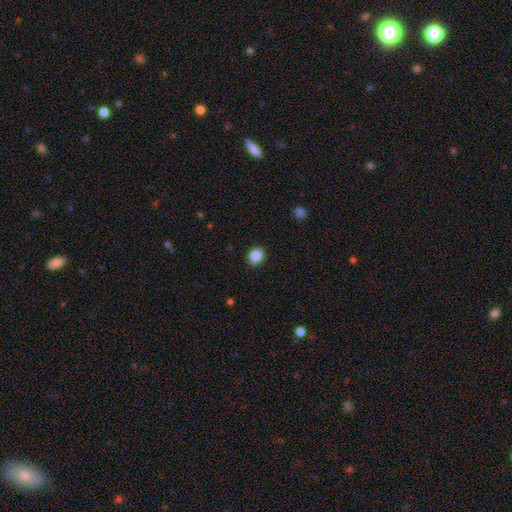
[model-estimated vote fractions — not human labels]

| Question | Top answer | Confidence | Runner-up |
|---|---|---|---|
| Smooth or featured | smooth | 86% | star or artifact (9%) |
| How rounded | round | 62% | in between (37%) |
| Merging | none | 90% | minor disturbance (7%) |